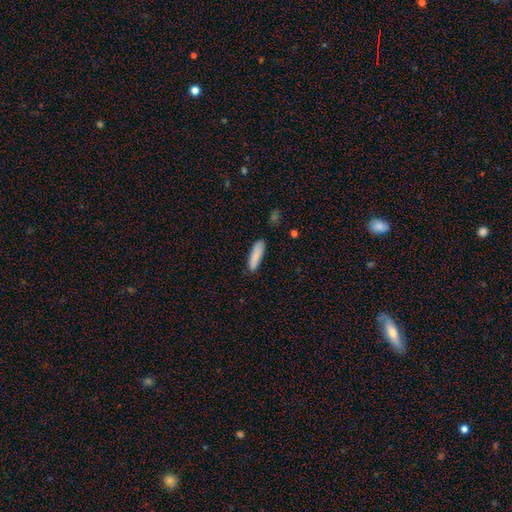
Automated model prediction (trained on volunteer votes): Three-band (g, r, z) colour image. It shows a smooth galaxy with no disk features (87%) that is cigar-shaped (65%). Merging: none (84%).